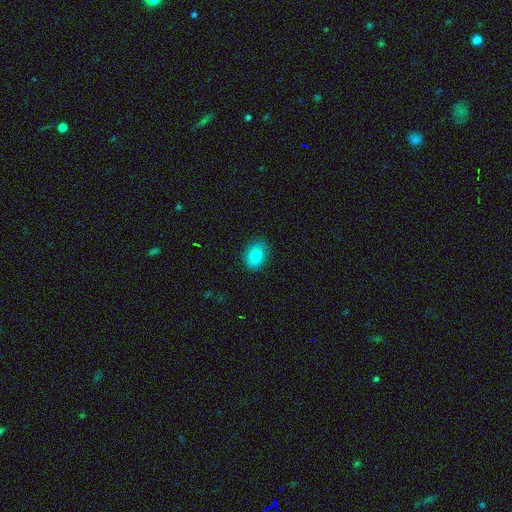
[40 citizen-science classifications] Overall: smooth (88%). How rounded: in between (71%). Merging: none (74%).